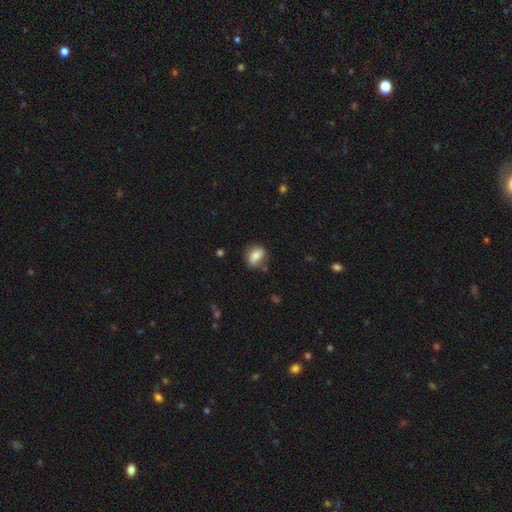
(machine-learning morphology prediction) smooth 74%, featured or disk 18%, star or artifact 8%. Down the decision tree: how rounded — in between (65%); merging — none (69%).